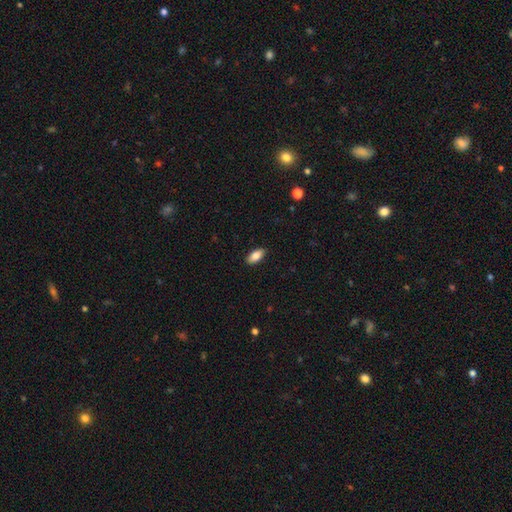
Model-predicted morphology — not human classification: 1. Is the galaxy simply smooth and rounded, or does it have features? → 83% smooth, 10% featured or disk, 7% star or artifact.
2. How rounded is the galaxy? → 89% in between, 9% cigar-shaped, 3% round.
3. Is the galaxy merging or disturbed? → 90% none, 8% minor disturbance, 2% major disturbance, 1% merger.